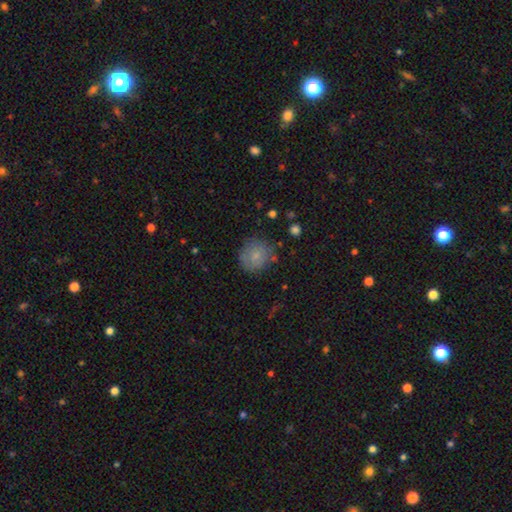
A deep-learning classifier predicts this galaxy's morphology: A smooth galaxy with no disk features (78%) that is round (88%). Merging: none (77%).